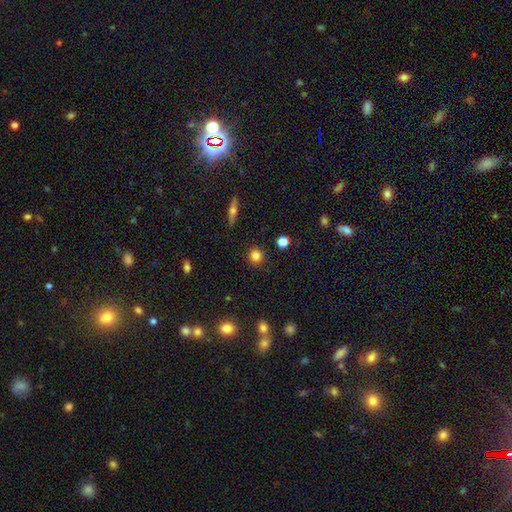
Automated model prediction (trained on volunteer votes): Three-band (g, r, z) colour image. It shows a smooth galaxy with no disk features (82%) that is round (92%). Merging: none (90%).